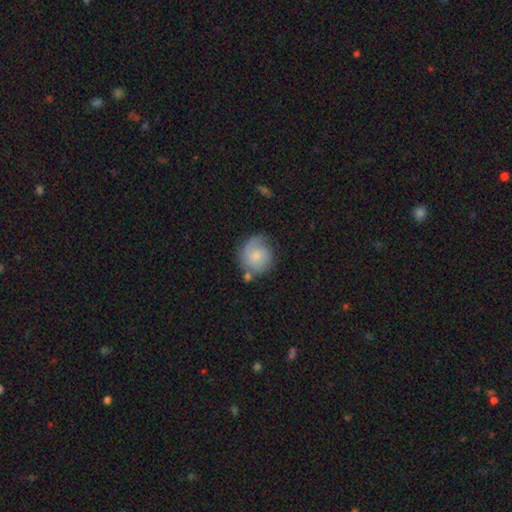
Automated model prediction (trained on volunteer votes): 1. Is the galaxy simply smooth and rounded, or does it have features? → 53% smooth, 39% featured or disk, 8% star or artifact.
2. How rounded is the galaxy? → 81% round, 18% in between, 1% cigar-shaped.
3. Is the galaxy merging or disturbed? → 55% none, 24% minor disturbance, 11% major disturbance, 9% merger.